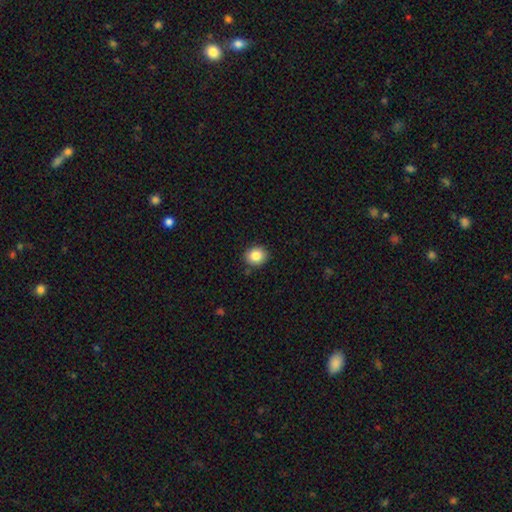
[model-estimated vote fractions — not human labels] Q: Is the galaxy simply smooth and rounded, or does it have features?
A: smooth — 85%.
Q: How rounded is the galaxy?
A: round — 78%.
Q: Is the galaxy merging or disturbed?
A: none — 89%.